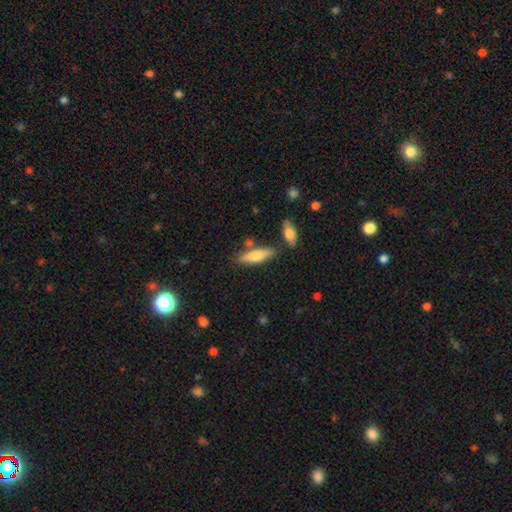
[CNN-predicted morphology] Smooth or featured? Predicted: smooth (p=0.68). How rounded? Predicted: cigar-shaped (p=0.58). Merging? Predicted: none (p=0.74).